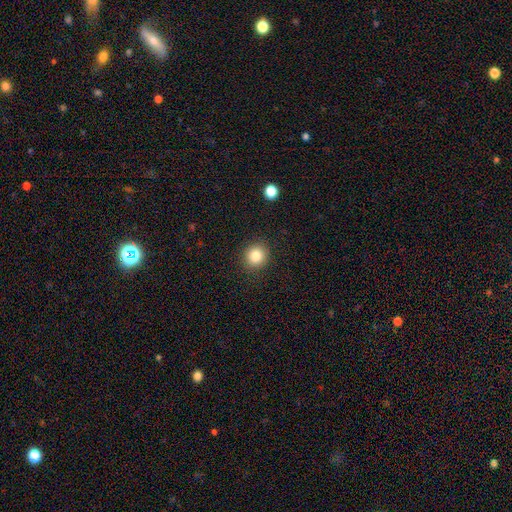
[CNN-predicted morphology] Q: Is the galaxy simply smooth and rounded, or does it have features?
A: smooth — 84%.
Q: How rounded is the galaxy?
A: round — 87%.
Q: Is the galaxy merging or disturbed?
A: none — 90%.